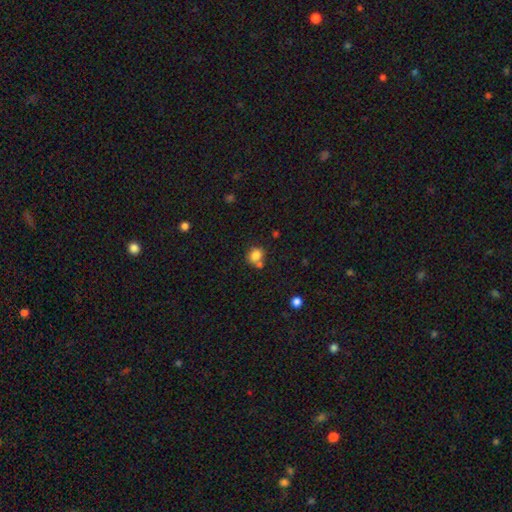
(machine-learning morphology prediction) This appears to be a smooth galaxy with no disk features (82%) that is round (64%). Merging: none (56%).